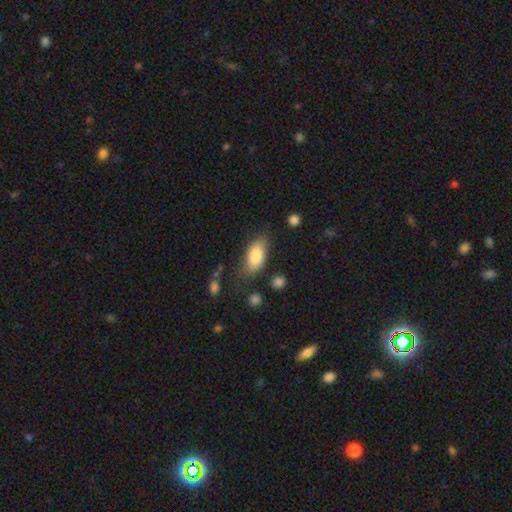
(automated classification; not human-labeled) A smooth galaxy with no disk features (83%) that is in between round and cigar-shaped (87%).

Vote fractions:
- Smooth or featured? smooth: 83% / featured or disk: 10% / star or artifact: 7%
- How rounded? in between: 87% / cigar-shaped: 10% / round: 3%
- Merging? none: 69% / minor disturbance: 21% / major disturbance: 7% / merger: 4%